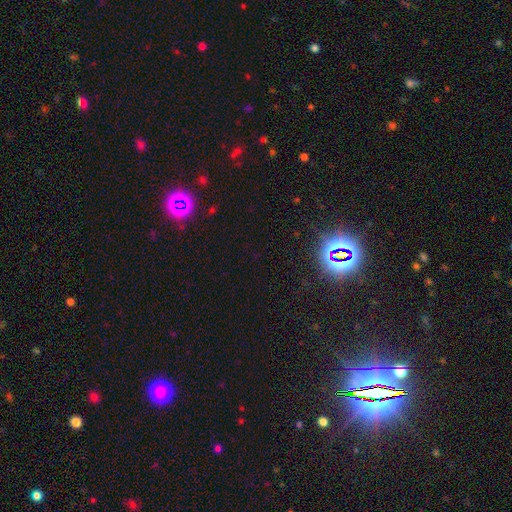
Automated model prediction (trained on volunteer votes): smooth_or_featured: star or artifact (p=0.74) [alt: smooth p=0.18]